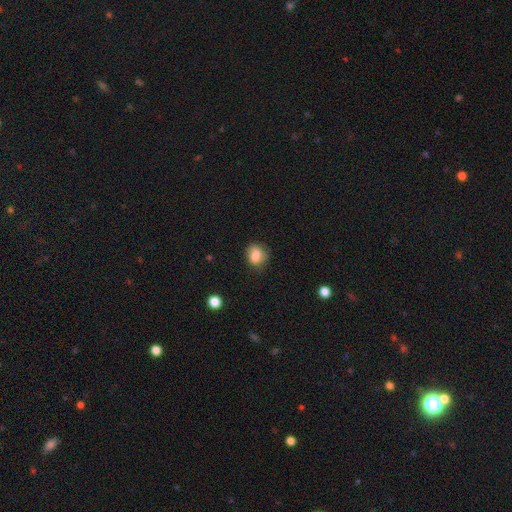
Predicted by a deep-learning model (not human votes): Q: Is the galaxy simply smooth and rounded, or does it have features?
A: smooth — 82%.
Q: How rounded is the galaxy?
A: round — 55%.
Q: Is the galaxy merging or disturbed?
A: none — 68%.